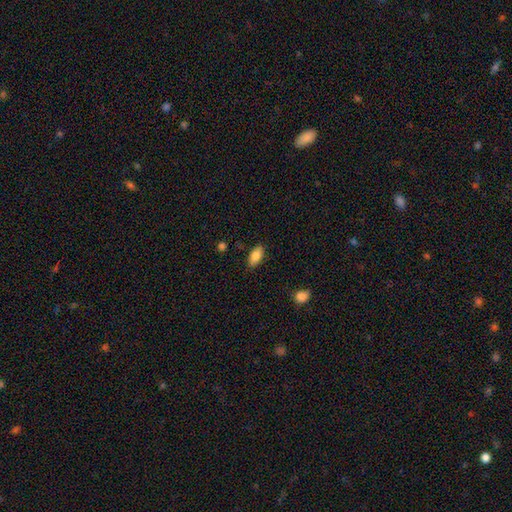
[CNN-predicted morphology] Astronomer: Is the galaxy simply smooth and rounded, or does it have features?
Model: smooth — 84%.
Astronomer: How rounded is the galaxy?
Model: in between — 90%.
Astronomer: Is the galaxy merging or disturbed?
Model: none — 85%.